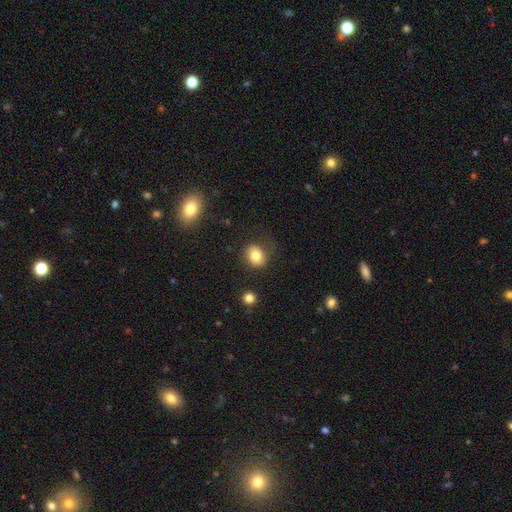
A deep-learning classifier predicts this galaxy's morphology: The model was most divided on "how rounded": round: 61%, in between: 38%, cigar-shaped: 1%. More confident: smooth or featured — smooth (79%); merging — none (76%).